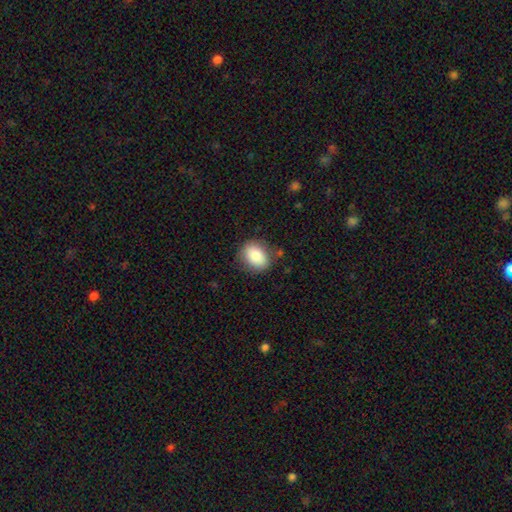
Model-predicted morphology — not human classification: A smooth galaxy with no disk features (84%) that is in between round and cigar-shaped (60%). Merging: none (79%).